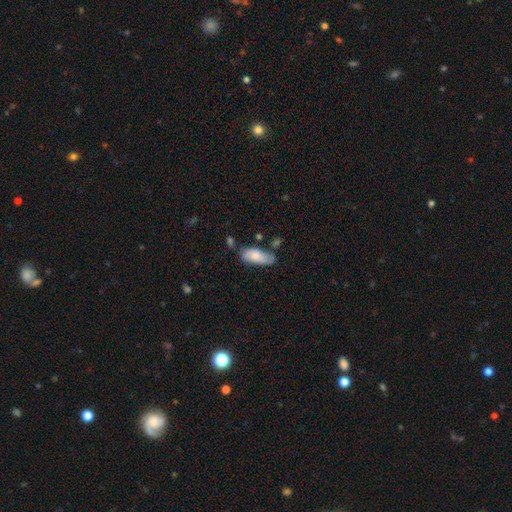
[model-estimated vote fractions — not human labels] Smooth or featured? Predicted: smooth (p=0.78). How rounded? Predicted: in between (p=0.84). Merging? Predicted: none (p=0.60).